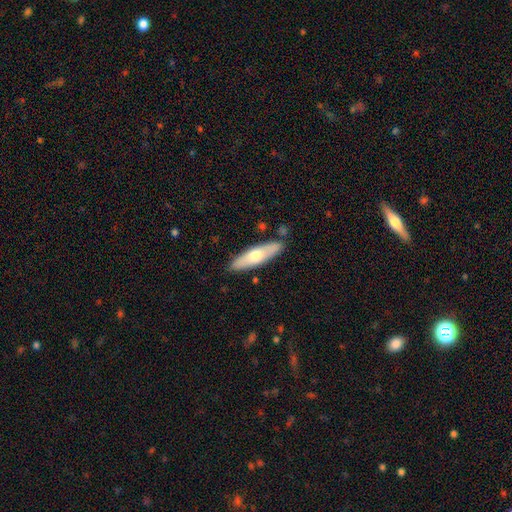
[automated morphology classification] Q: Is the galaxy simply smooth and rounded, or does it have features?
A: smooth — 56%.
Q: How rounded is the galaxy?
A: cigar-shaped — 60%.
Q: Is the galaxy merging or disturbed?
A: none — 86%.